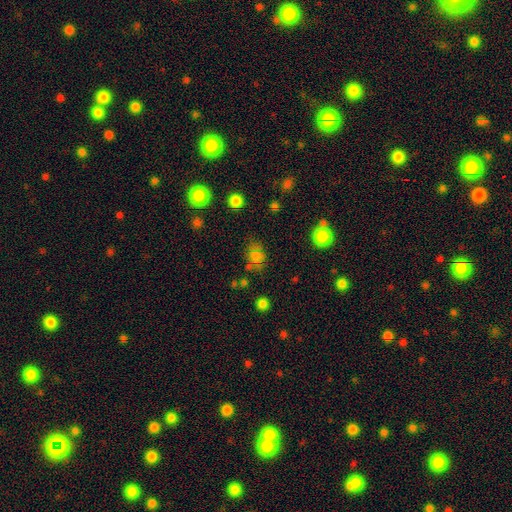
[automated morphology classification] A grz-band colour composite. It shows a smooth galaxy with no disk features (71%) that is in between round and cigar-shaped (51%). Merging: none (65%).